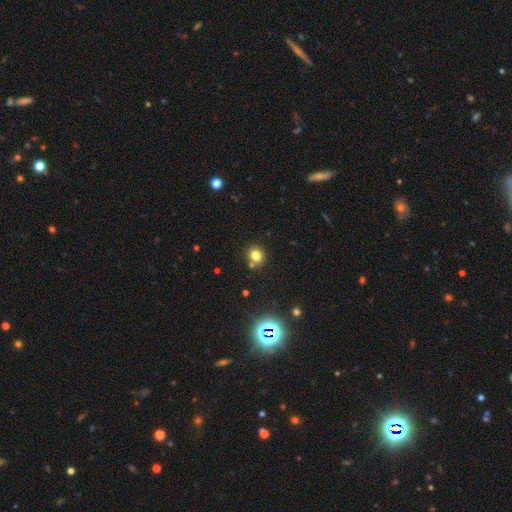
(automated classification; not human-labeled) smooth_or_featured: smooth (p=0.76) [alt: star or artifact p=0.16]
how_rounded: round (p=0.77) [alt: in between p=0.22]
merging: none (p=0.75) [alt: merger p=0.12]